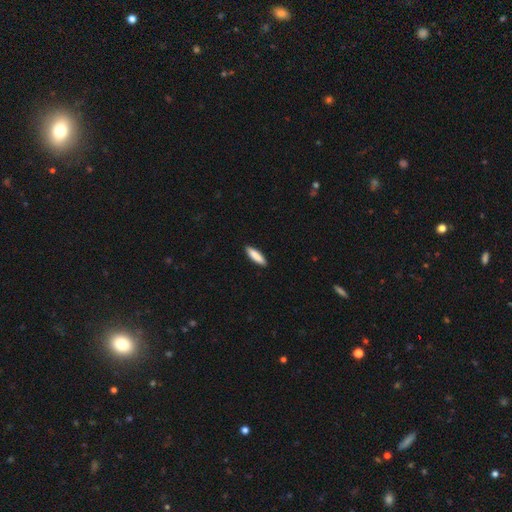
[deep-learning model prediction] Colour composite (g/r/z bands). It shows a smooth galaxy with no disk features (87%) that is cigar-shaped (70%). Merging: none (91%).